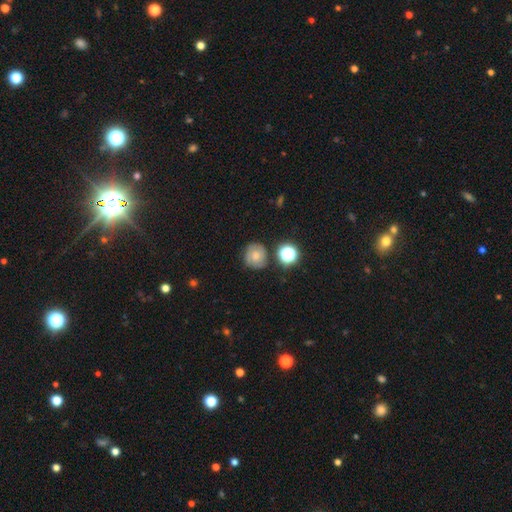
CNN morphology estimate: type=smooth (57%); roundness=round (90%); merging=none (77%).